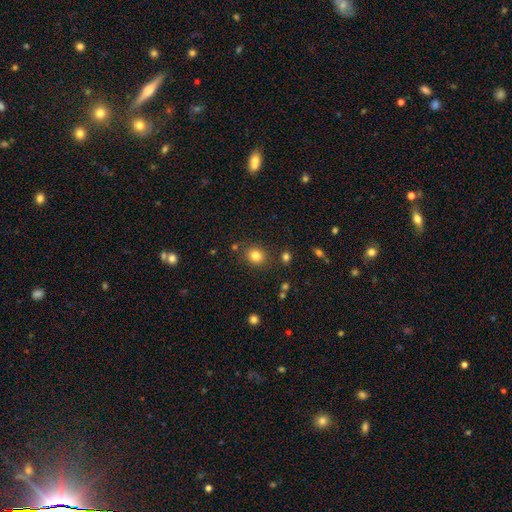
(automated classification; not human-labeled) Overall: smooth (82%). How rounded: round (71%). Merging: none (81%).